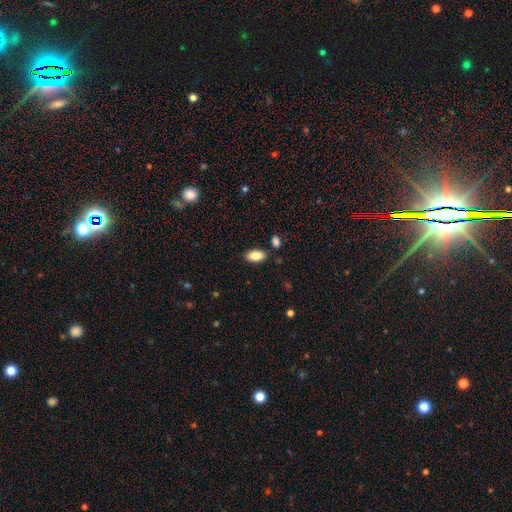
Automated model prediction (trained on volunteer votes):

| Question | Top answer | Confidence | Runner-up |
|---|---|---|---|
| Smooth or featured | smooth | 84% | featured or disk (8%) |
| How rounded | in between | 93% | cigar-shaped (4%) |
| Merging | none | 84% | minor disturbance (10%) |